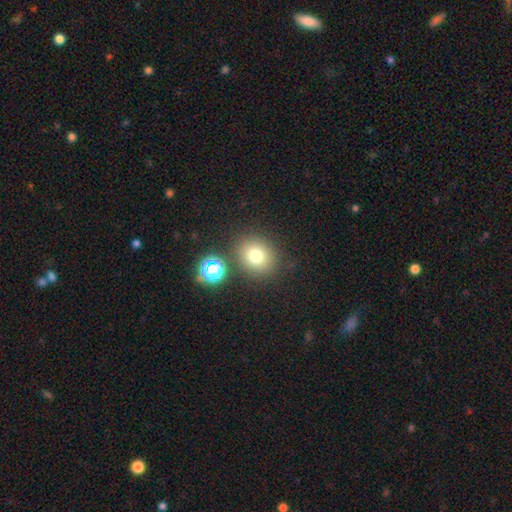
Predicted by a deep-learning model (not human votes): Smooth or featured? Predicted: smooth (p=0.75). How rounded? Predicted: round (p=0.81). Merging? Predicted: none (p=0.80).